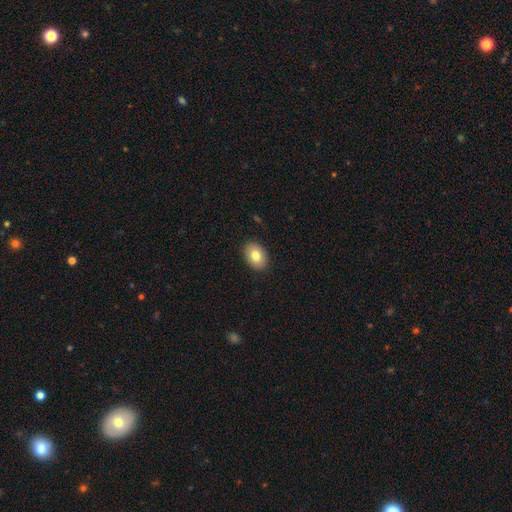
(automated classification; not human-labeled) Smooth or featured? smooth (80%)
How rounded? in between (80%)
Merging? none (89%)